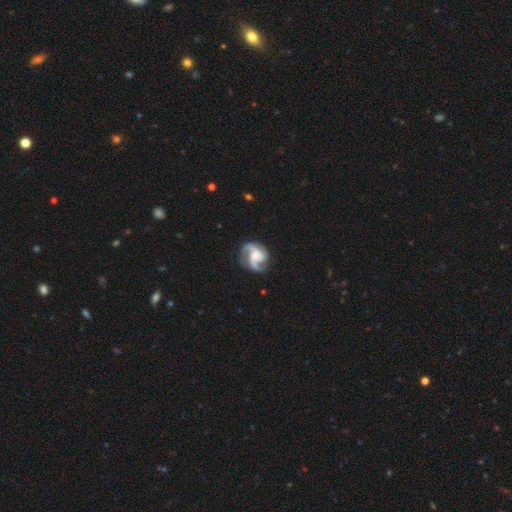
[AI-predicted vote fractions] A featured or disk galaxy (87%) with no bar (56%), 2 (44%) medium (52%) spiral arms (97%) and a moderate central bulge (32%). Merging: none (67%).